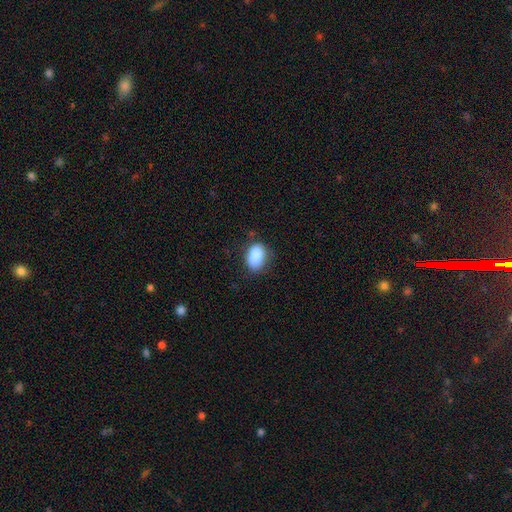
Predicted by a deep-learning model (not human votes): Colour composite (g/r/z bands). It shows a smooth galaxy with no disk features (88%) that is in between round and cigar-shaped (87%). Merging: none (74%).